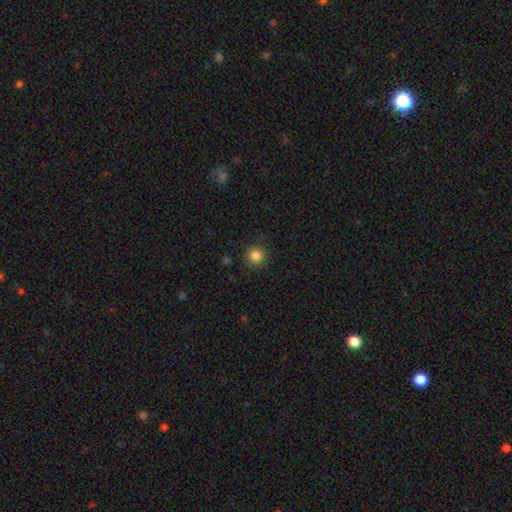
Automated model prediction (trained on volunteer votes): Smooth or featured? Predicted: smooth (p=0.83). How rounded? Predicted: round (p=0.94). Merging? Predicted: none (p=0.88).